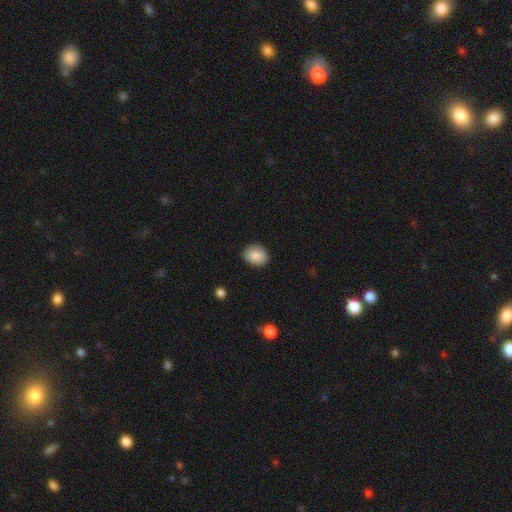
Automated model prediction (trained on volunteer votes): This is clearly a smooth galaxy (86%). How rounded: possibly in between (50%). Merging: clearly none (87%).